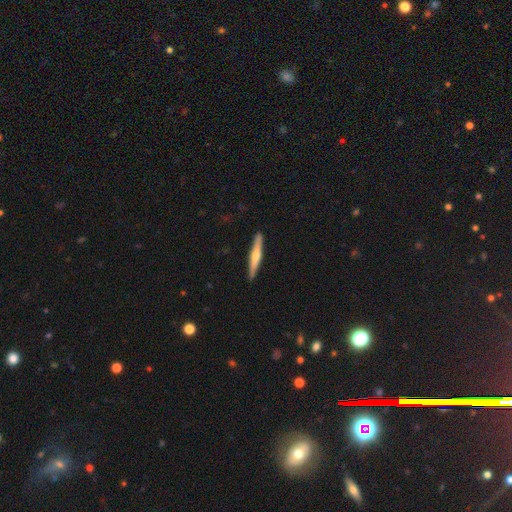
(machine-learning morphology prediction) Smooth or featured?
  - featured or disk: 53% *
  - smooth: 42%
  - star or artifact: 5%
Edge-on disk?
  - yes: 97% *
  - no: 3%
Edge-on bulge?
  - rounded: 80% *
  - none: 13%
  - boxy: 7%
Merging?
  - none: 91% *
  - minor disturbance: 7%
  - major disturbance: 1%
  - merger: 1%